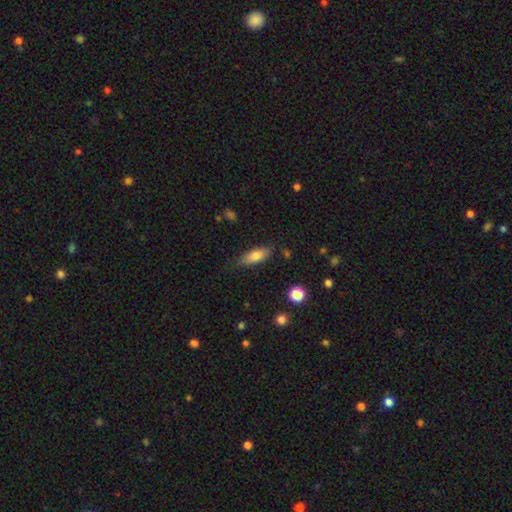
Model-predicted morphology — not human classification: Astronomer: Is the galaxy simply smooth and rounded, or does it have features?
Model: smooth — 78%.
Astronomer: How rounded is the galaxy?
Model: in between — 64%.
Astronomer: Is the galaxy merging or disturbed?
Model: none — 81%.